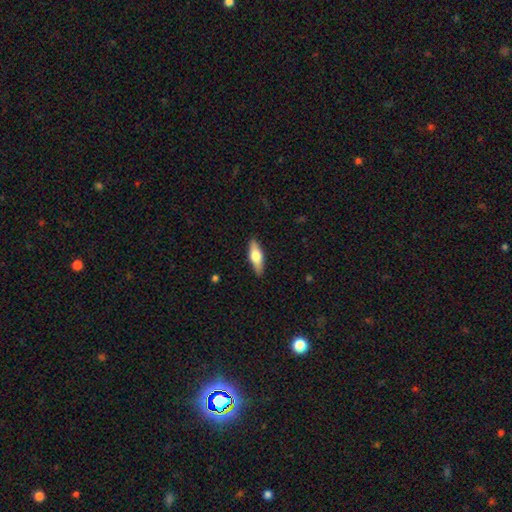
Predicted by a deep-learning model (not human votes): Smooth or featured?
  - smooth: 51% *
  - featured or disk: 43%
  - star or artifact: 6%
How rounded?
  - in between: 54% *
  - cigar-shaped: 43%
  - round: 3%
Merging?
  - none: 89% *
  - minor disturbance: 9%
  - major disturbance: 2%
  - merger: 1%